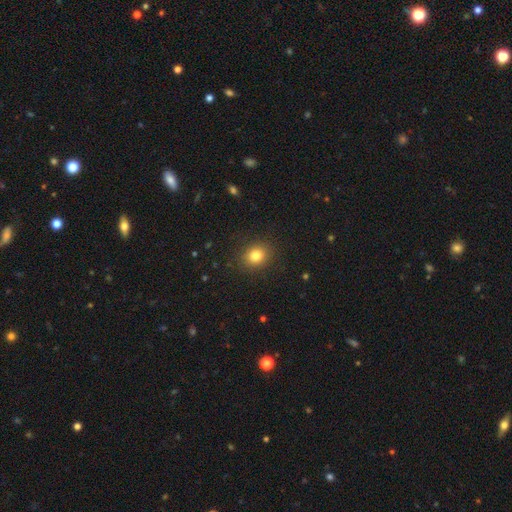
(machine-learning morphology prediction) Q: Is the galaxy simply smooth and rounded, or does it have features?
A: smooth — 82%.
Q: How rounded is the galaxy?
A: round — 67%.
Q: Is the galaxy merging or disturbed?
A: none — 89%.